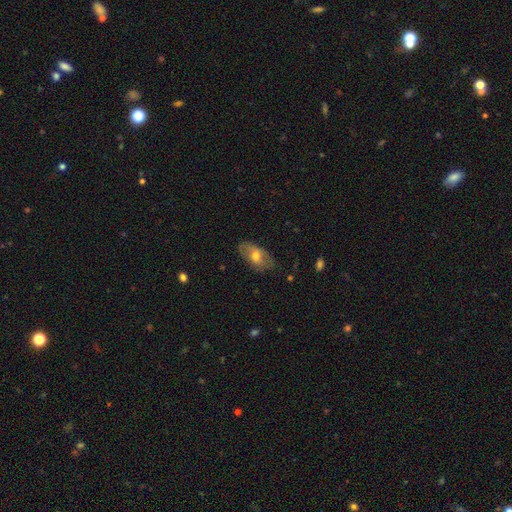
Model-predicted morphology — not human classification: The model was most divided on "smooth or featured": smooth: 55%, featured or disk: 38%, star or artifact: 7%. More confident: how rounded — in between (91%); merging — none (74%).